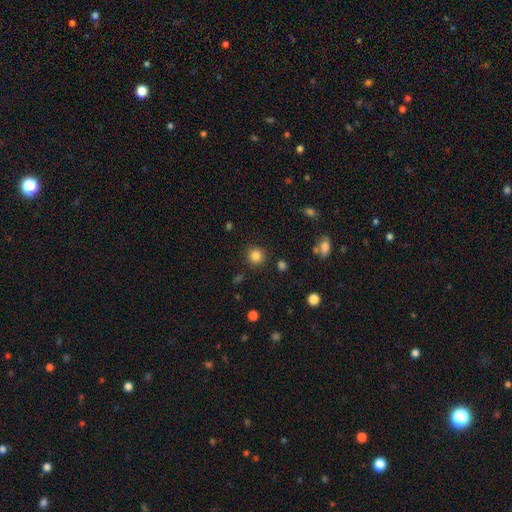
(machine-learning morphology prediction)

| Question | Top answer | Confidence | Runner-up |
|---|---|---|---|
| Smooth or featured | smooth | 84% | star or artifact (12%) |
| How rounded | round | 93% | in between (7%) |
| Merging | none | 88% | minor disturbance (7%) |